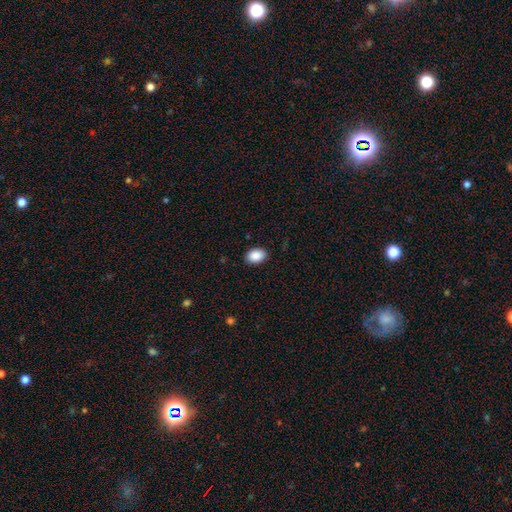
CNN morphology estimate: Overall: smooth (90%). How rounded: in between (83%). Merging: none (88%).